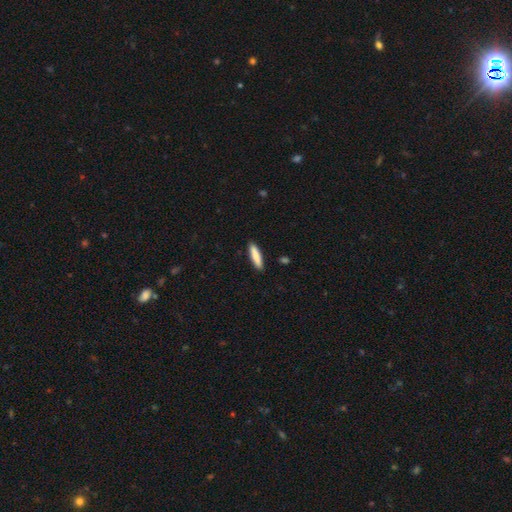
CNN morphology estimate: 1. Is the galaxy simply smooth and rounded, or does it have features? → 84% smooth, 11% featured or disk, 5% star or artifact.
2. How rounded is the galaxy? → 81% cigar-shaped, 18% in between, 1% round.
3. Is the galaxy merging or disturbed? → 90% none, 7% minor disturbance, 2% major disturbance, 1% merger.